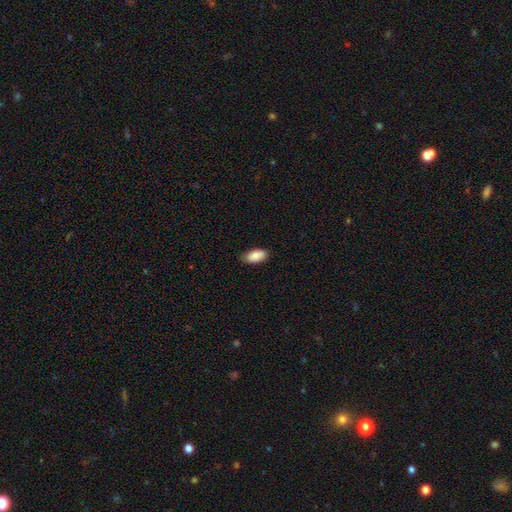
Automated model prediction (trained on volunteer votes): Q: Smooth or featured?
A: smooth (88%); runner-up: star or artifact (6%)
Q: How rounded?
A: in between (92%); runner-up: cigar-shaped (6%)
Q: Merging?
A: none (83%); runner-up: minor disturbance (13%)